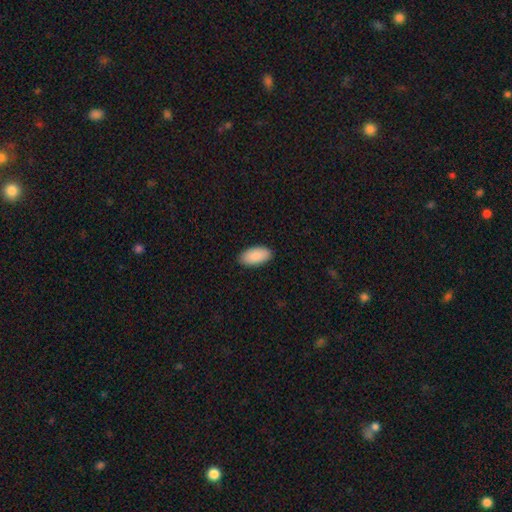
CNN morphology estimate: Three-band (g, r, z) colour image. It shows a smooth galaxy with no disk features (90%) that is in between round and cigar-shaped (95%). Merging: none (89%).